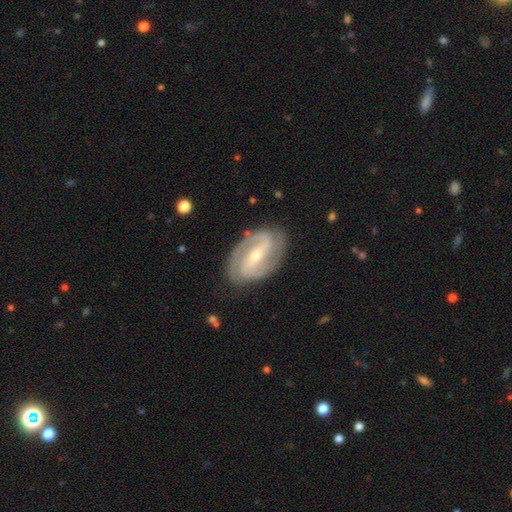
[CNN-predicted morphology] This is clearly a featured or disk galaxy (89%). It is clearly not viewed edge-on (96%). Bar: possibly strong (54%). Spiral arm pattern: clearly yes (96%). Spiral arm count: clearly 2 (86%). Spiral winding: marginally medium (44%). Central bulge: likely small (60%). Merging: clearly none (82%).